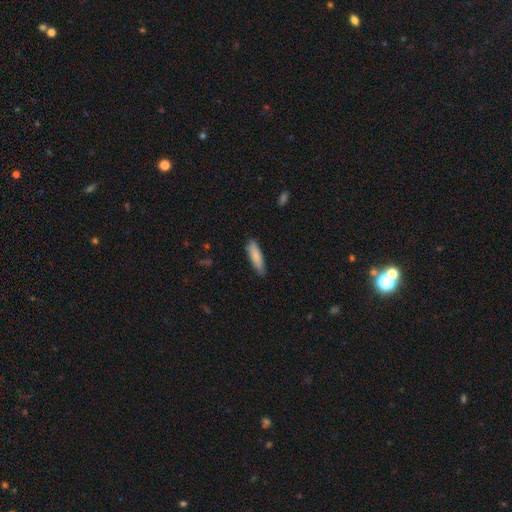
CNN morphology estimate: A smooth galaxy with no disk features (84%) that is cigar-shaped (66%). Merging: none (80%).